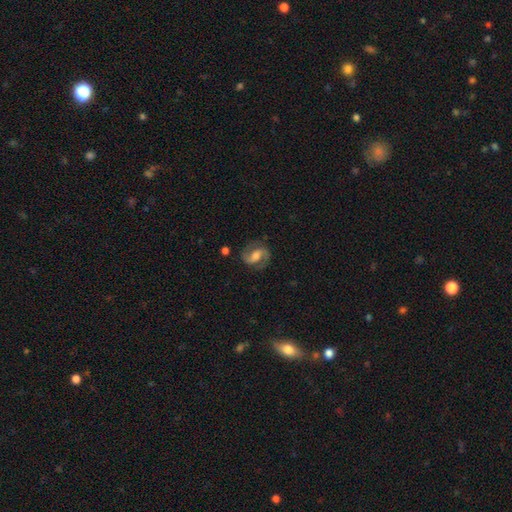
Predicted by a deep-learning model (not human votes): Overall: featured or disk (85%). Edge-on disk: no (98%). Bar: weak (46%; strong 29%). Spiral arms: yes (96%). Spiral arm count: 2 (93%). Spiral winding: medium (57%; tight 22%). Bulge size: moderate (60%; small 21%). Merging: none (83%).